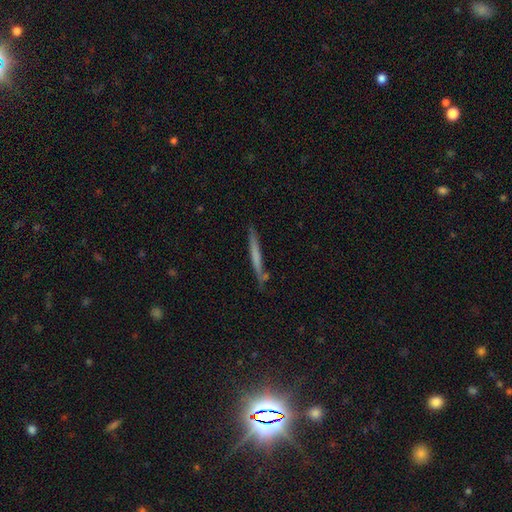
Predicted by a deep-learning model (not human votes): smooth 55%, featured or disk 39%, star or artifact 6%. Down the decision tree: how rounded — cigar-shaped (96%); merging — none (80%).